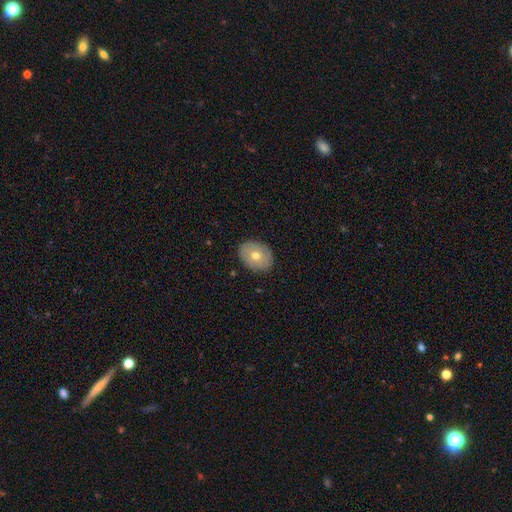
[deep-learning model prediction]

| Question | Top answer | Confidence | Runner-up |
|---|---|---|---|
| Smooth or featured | smooth | 63% | featured or disk (30%) |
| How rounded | in between | 58% | round (41%) |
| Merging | none | 88% | minor disturbance (9%) |